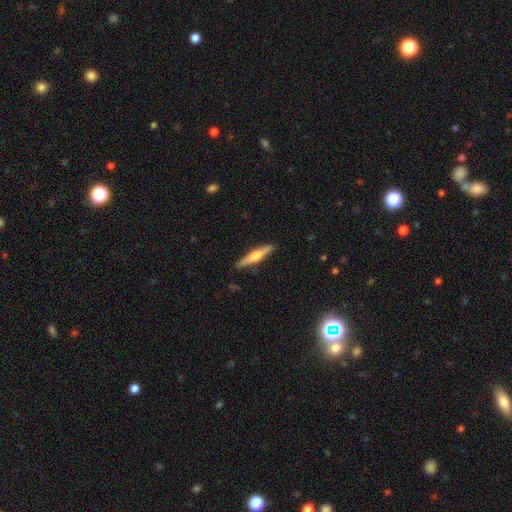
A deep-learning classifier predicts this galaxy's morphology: type=featured or disk (50%); edge-on=yes (96%); merging=none (88%).